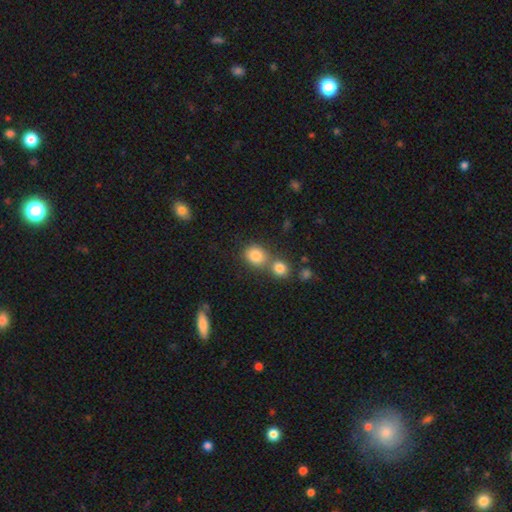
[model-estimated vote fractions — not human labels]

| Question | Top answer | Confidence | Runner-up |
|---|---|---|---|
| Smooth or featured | smooth | 83% | star or artifact (10%) |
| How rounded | round | 68% | in between (31%) |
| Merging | none | 50% | merger (37%) |